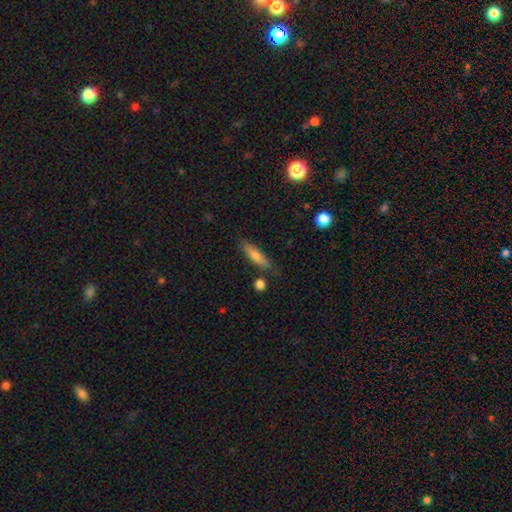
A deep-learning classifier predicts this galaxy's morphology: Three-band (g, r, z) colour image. It shows a smooth galaxy with no disk features (62%) that is cigar-shaped (70%). Merging: none (79%).